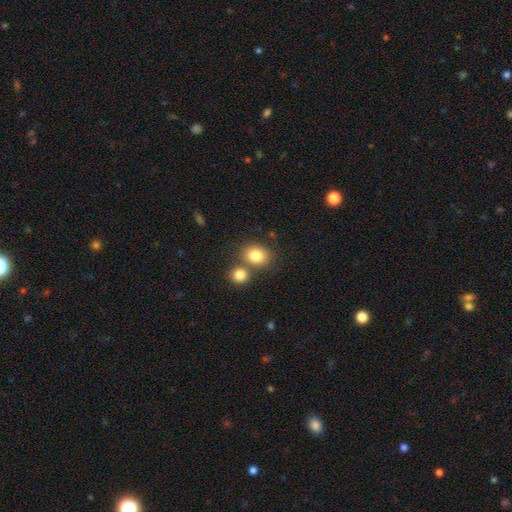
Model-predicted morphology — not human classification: A smooth galaxy with no disk features (83%) that is round (60%).

Vote fractions:
- Smooth or featured? smooth: 83% / star or artifact: 9% / featured or disk: 8%
- How rounded? round: 60% / in between: 39% / cigar-shaped: 1%
- Merging? none: 59% / merger: 28% / minor disturbance: 10% / major disturbance: 3%